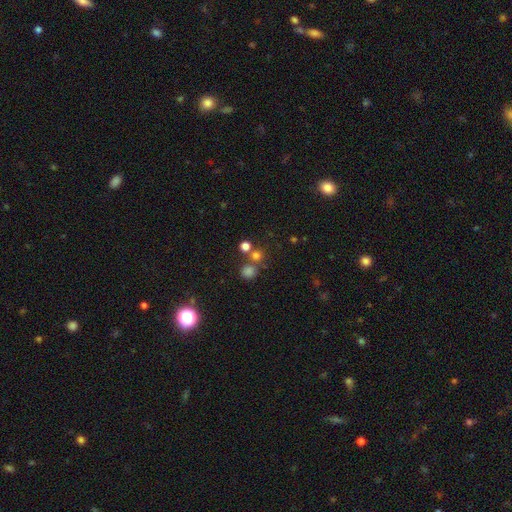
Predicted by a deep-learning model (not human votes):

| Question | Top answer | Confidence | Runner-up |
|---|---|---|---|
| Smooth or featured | smooth | 70% | star or artifact (22%) |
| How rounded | round | 90% | in between (9%) |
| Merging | none | 64% | merger (25%) |